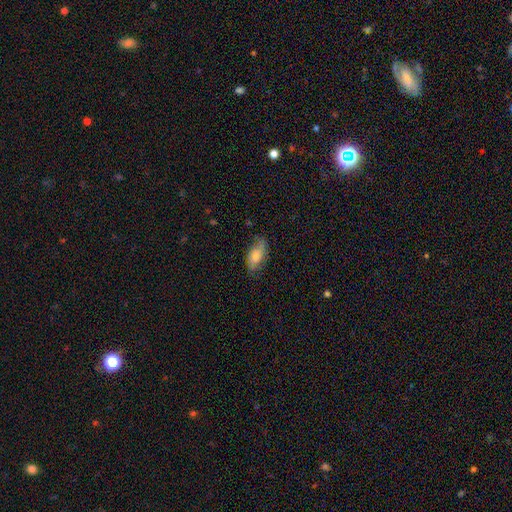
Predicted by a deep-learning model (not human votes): Smooth or featured? Predicted: smooth (p=0.53). How rounded? Predicted: in between (p=0.86). Merging? Predicted: none (p=0.71).